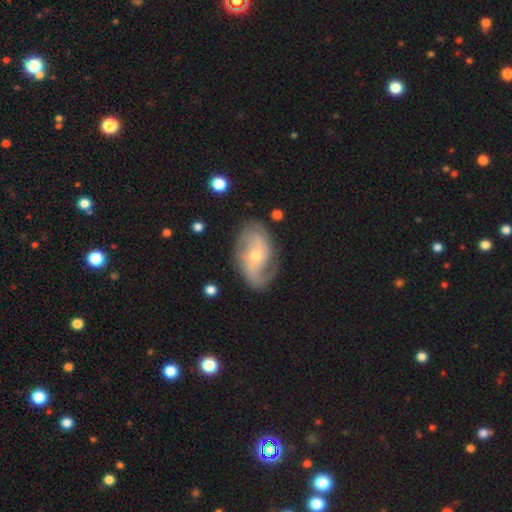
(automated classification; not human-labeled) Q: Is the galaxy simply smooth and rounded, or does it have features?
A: featured or disk — 82%.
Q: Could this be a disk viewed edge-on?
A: no — 96%.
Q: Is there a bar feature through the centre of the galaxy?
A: no — 53%.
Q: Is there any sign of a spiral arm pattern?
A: yes — 93%.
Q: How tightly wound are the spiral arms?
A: medium — 43%.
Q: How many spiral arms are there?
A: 2 — 71%.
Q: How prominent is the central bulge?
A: small — 50%.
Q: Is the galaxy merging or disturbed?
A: none — 74%.